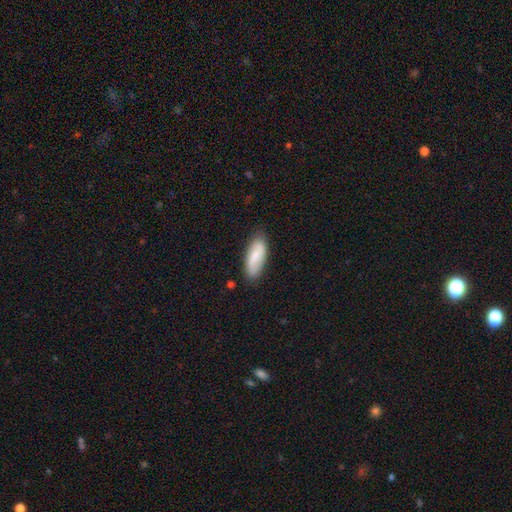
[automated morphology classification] smooth_or_featured: smooth (p=0.70) [alt: featured or disk p=0.23]
how_rounded: in between (p=0.76) [alt: cigar-shaped p=0.22]
merging: none (p=0.79) [alt: minor disturbance p=0.16]